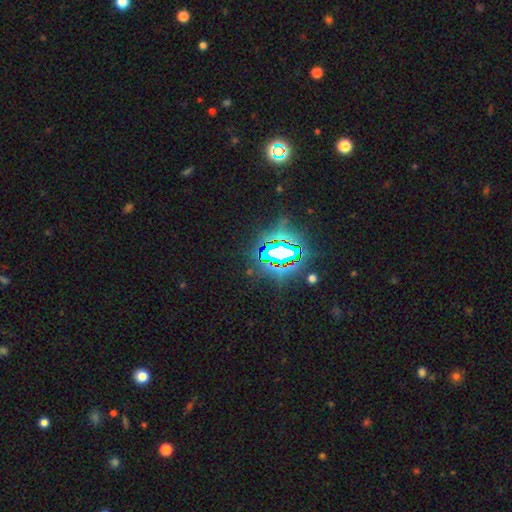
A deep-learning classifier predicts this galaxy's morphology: The model was most divided on "smooth or featured": star or artifact: 82%, smooth: 10%, featured or disk: 8%.